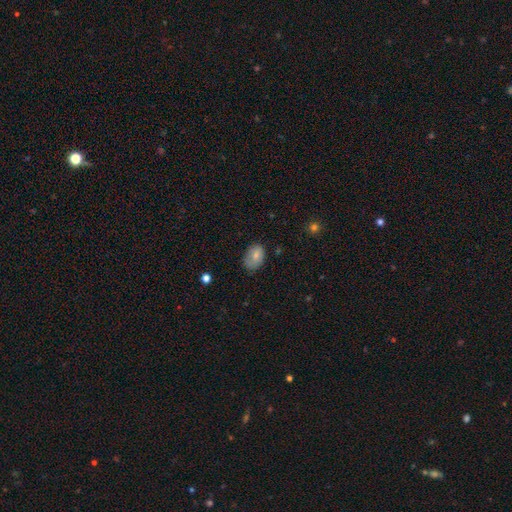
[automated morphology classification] type=smooth (77%); roundness=in between (84%); merging=none (66%).